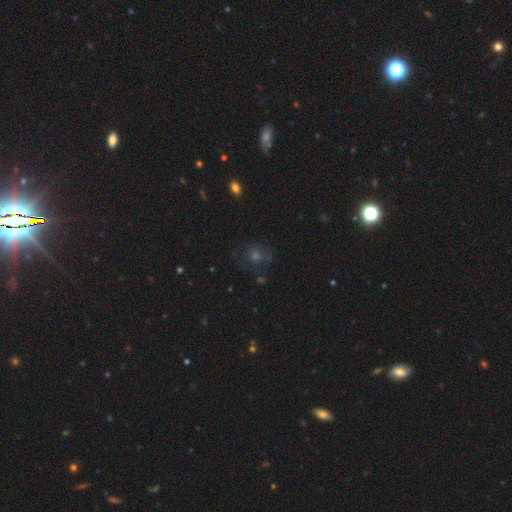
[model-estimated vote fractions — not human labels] smooth-or-featured: smooth: 41% | star or artifact: 37% | featured or disk: 22%
  merging: none: 73% | minor disturbance: 15% | major disturbance: 9% | merger: 3%